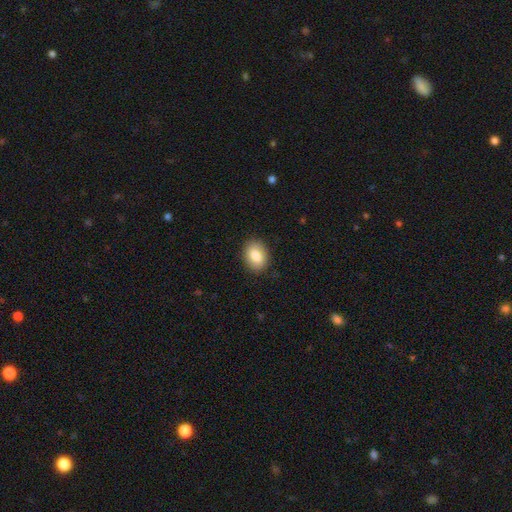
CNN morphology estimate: smooth-or-featured: smooth: 83% | featured or disk: 9% | star or artifact: 8%
  how-rounded: in between: 68% | round: 31% | cigar-shaped: 1%
  merging: none: 89% | minor disturbance: 8% | major disturbance: 2% | merger: 1%